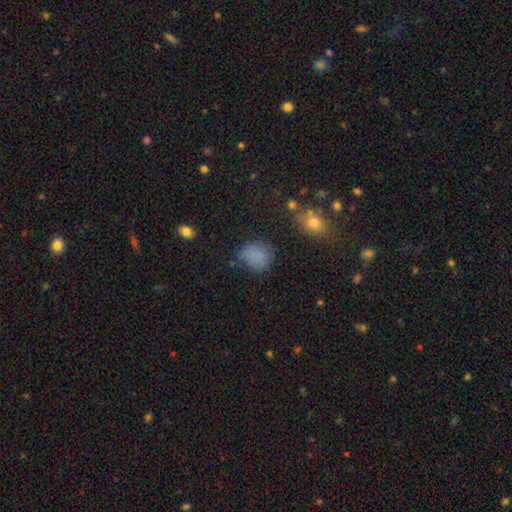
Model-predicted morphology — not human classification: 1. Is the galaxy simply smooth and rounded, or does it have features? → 78% smooth, 15% star or artifact, 7% featured or disk.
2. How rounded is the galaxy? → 65% round, 33% in between, 1% cigar-shaped.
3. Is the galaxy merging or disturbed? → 69% none, 19% minor disturbance, 7% major disturbance, 4% merger.